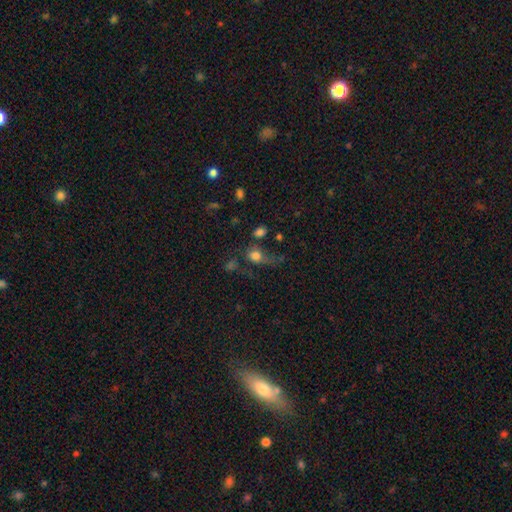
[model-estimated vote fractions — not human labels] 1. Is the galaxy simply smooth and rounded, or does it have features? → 70% smooth, 15% featured or disk, 15% star or artifact.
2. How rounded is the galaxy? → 51% round, 46% in between, 3% cigar-shaped.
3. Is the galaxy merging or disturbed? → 35% none, 31% major disturbance, 20% minor disturbance, 14% merger.